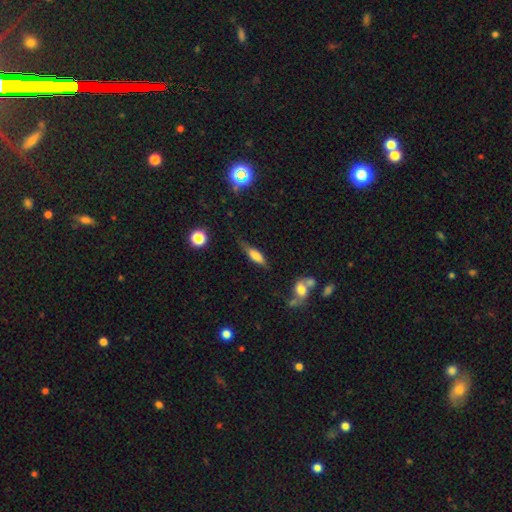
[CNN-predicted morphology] Smooth or featured? smooth (59%)
How rounded? cigar-shaped (49%)
Merging? none (59%)